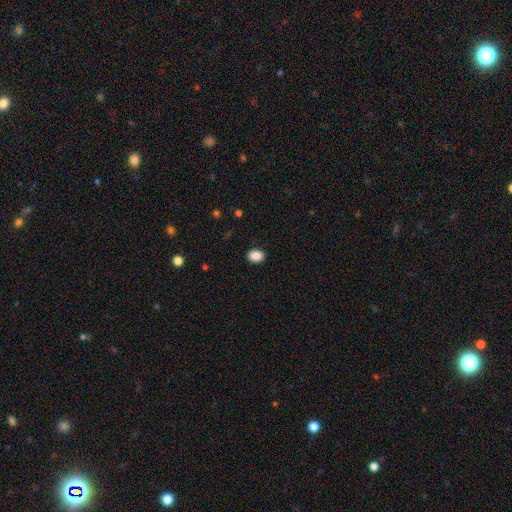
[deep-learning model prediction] Q: Smooth or featured?
A: smooth (89%); runner-up: star or artifact (8%)
Q: How rounded?
A: in between (72%); runner-up: round (27%)
Q: Merging?
A: none (90%); runner-up: minor disturbance (7%)